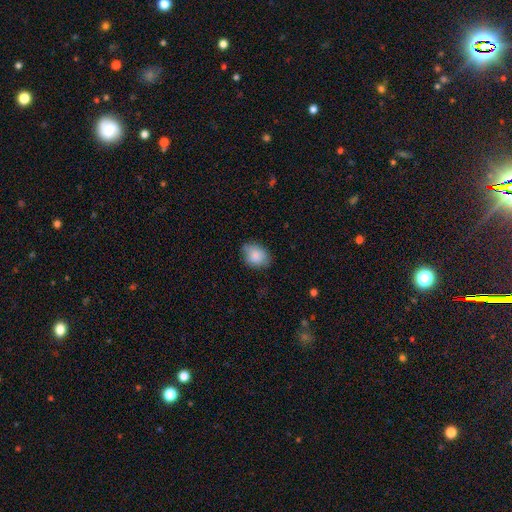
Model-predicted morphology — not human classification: A smooth galaxy with no disk features (83%) that is in between round and cigar-shaped (65%).

Vote fractions:
- Smooth or featured? smooth: 83% / featured or disk: 10% / star or artifact: 8%
- How rounded? in between: 65% / round: 34% / cigar-shaped: 1%
- Merging? none: 66% / minor disturbance: 27% / major disturbance: 6% / merger: 1%